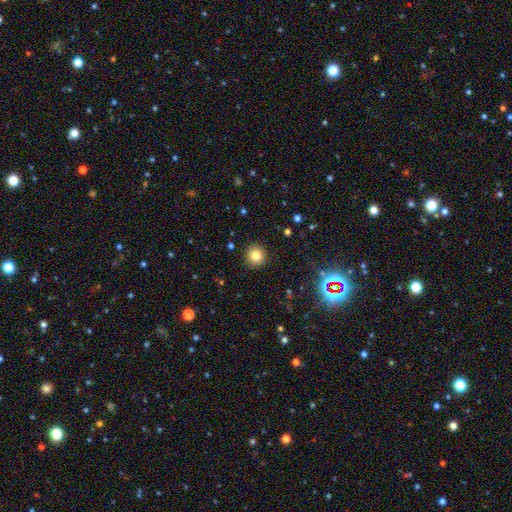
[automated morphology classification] A smooth galaxy with no disk features (81%) that is round (94%).

Vote fractions:
- Smooth or featured? smooth: 81% / star or artifact: 12% / featured or disk: 6%
- How rounded? round: 94% / in between: 5% / cigar-shaped: 1%
- Merging? none: 92% / minor disturbance: 5% / major disturbance: 2% / merger: 1%